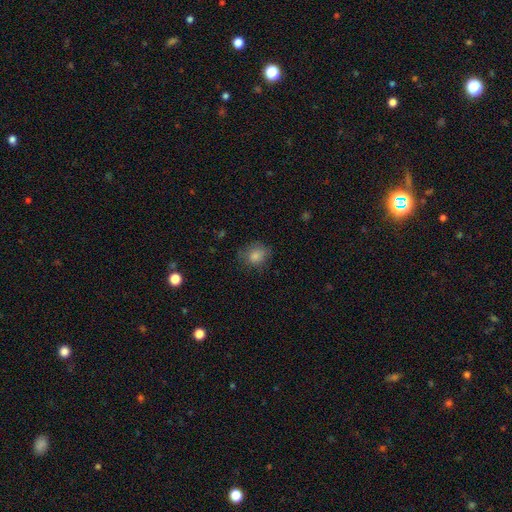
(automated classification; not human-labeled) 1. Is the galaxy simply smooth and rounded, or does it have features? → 82% smooth, 10% star or artifact, 8% featured or disk.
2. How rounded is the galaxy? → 69% round, 30% in between, 1% cigar-shaped.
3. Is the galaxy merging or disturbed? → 71% none, 21% minor disturbance, 7% major disturbance, 1% merger.